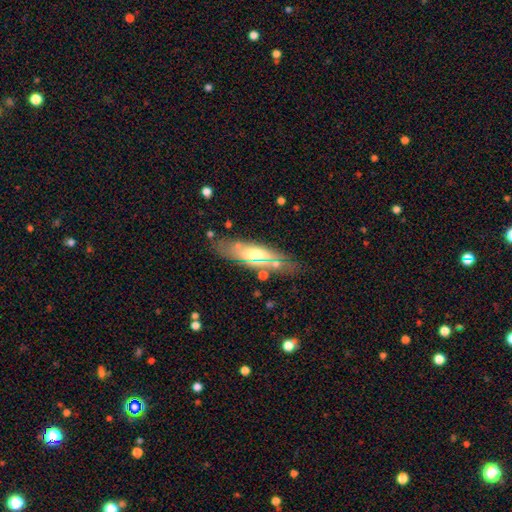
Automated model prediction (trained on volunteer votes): featured or disk 48%, smooth 42%, star or artifact 11%. Down the decision tree: merging — none (75%).